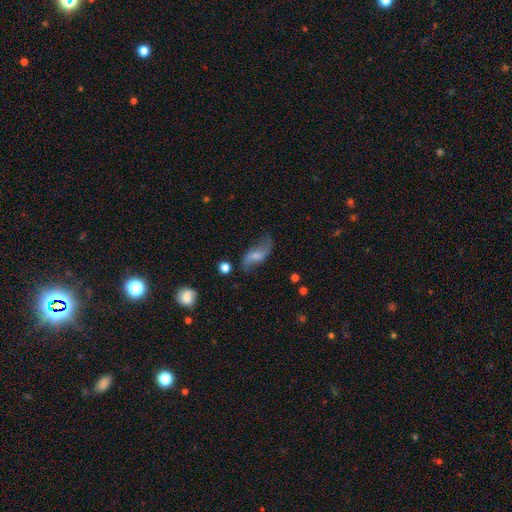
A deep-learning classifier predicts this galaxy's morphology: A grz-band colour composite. It shows a featured or disk galaxy (70%) with a weak bar (44%), 2 (91%) loose (86%) spiral arms (90%) and a small central bulge (43%). Merging: none (69%).